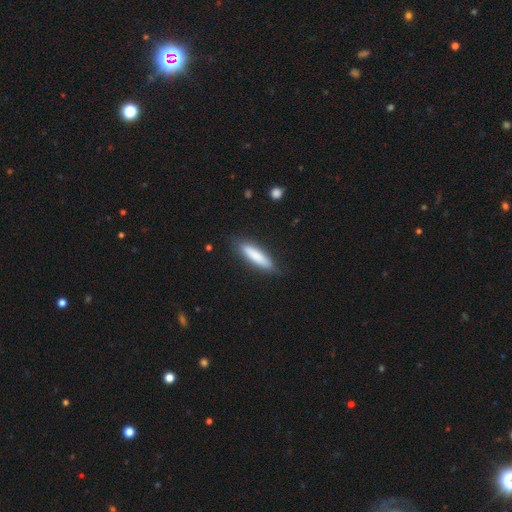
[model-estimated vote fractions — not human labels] A smooth galaxy with no disk features (81%) that is cigar-shaped (75%). Merging: none (82%).